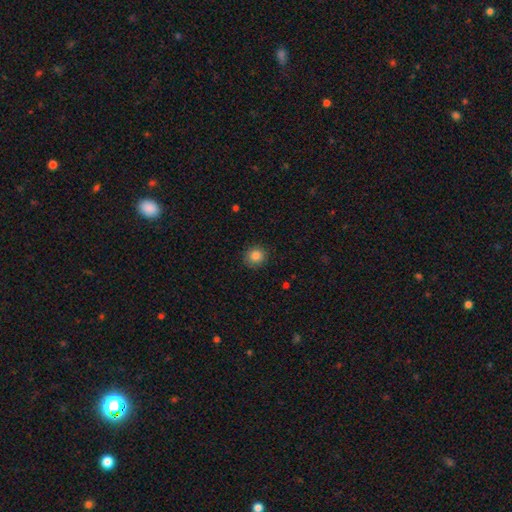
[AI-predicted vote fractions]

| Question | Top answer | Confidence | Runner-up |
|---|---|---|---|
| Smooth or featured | smooth | 85% | star or artifact (10%) |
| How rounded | round | 88% | in between (11%) |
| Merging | none | 89% | minor disturbance (7%) |